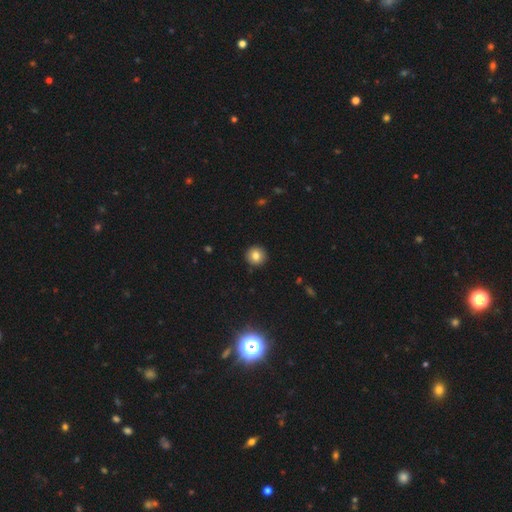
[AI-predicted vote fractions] This appears to be a smooth galaxy with no disk features (82%) that is round (95%). Merging: none (93%).